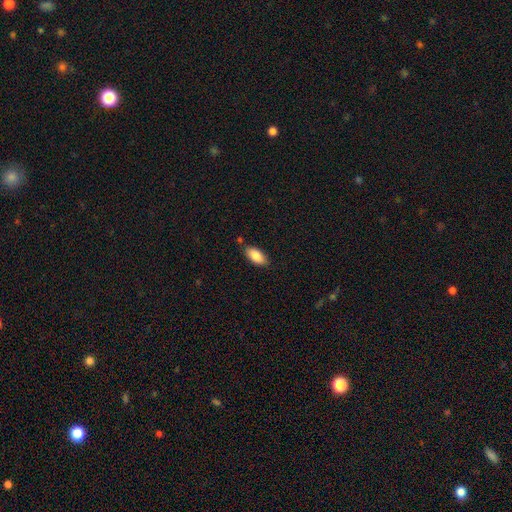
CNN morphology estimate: Smooth or featured: smooth — 86% (featured or disk — 8%)
How rounded: in between — 91% (cigar-shaped — 7%)
Merging: none — 82% (minor disturbance — 12%)